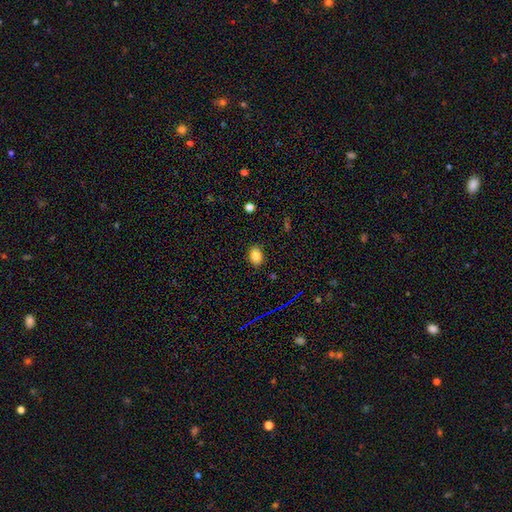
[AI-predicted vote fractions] A smooth galaxy with no disk features (83%) that is in between round and cigar-shaped (74%). Merging: none (86%).